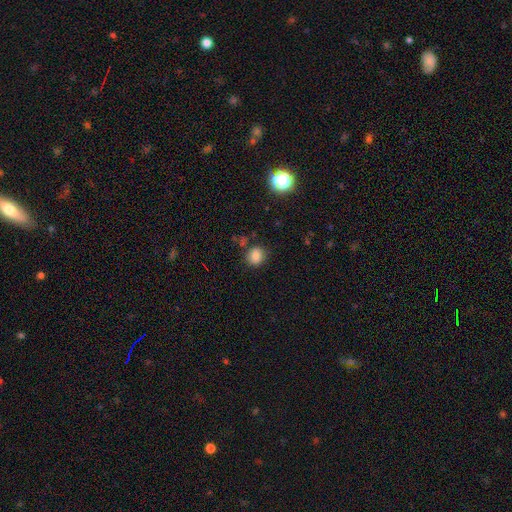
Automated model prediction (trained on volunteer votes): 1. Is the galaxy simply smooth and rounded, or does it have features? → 82% smooth, 13% star or artifact, 5% featured or disk.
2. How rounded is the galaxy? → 79% round, 20% in between, 1% cigar-shaped.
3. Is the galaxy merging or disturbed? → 79% none, 13% minor disturbance, 4% merger, 4% major disturbance.